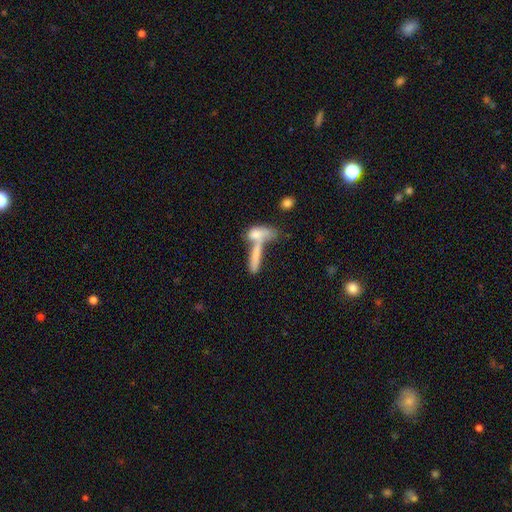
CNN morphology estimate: Smooth or featured? smooth (68%)
How rounded? cigar-shaped (69%)
Merging? merger (59%)